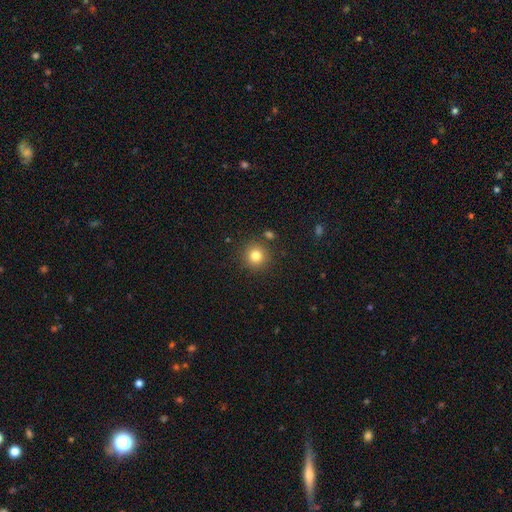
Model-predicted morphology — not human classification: The model was most divided on "smooth or featured": smooth: 81%, star or artifact: 12%, featured or disk: 7%. More confident: how rounded — round (94%); merging — none (87%).